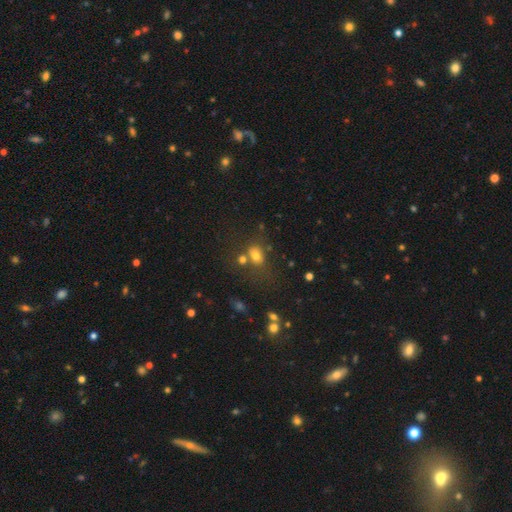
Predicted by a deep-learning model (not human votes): Smooth or featured?
  - smooth: 68% *
  - star or artifact: 19%
  - featured or disk: 13%
How rounded?
  - in between: 60% *
  - round: 38%
  - cigar-shaped: 2%
Merging?
  - none: 49% *
  - merger: 28%
  - minor disturbance: 15%
  - major disturbance: 9%